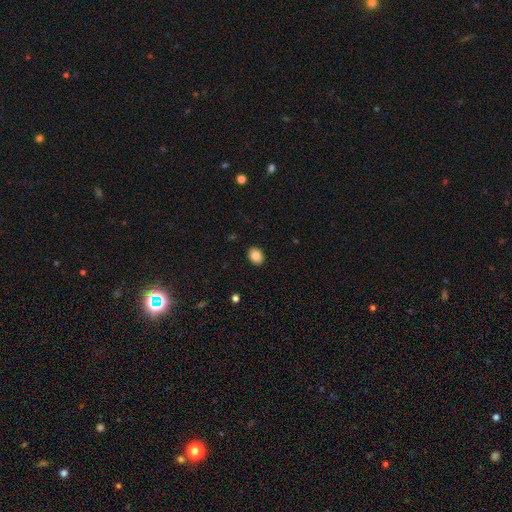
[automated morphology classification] type=smooth (84%); roundness=in between (73%); merging=none (90%).